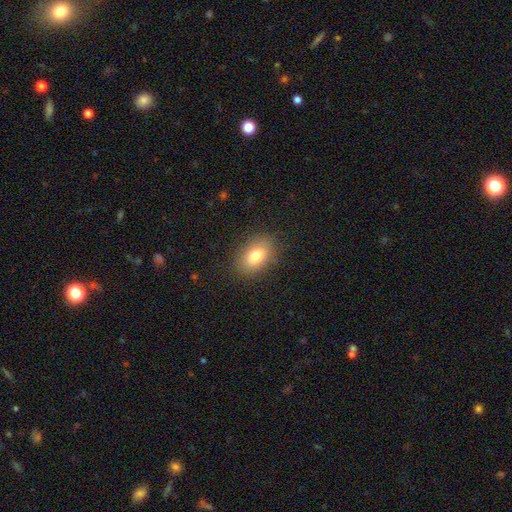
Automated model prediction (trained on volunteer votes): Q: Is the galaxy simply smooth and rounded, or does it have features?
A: smooth — 79%.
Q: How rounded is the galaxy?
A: in between — 84%.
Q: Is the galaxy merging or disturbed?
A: none — 86%.